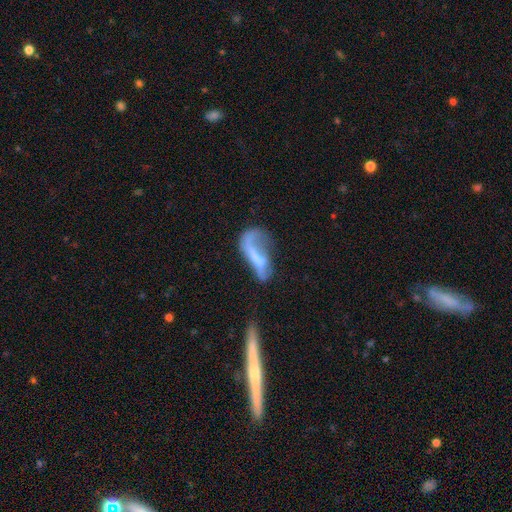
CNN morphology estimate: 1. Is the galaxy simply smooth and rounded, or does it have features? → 49% featured or disk, 42% smooth, 9% star or artifact.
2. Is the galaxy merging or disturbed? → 45% major disturbance, 25% none, 19% minor disturbance, 11% merger.